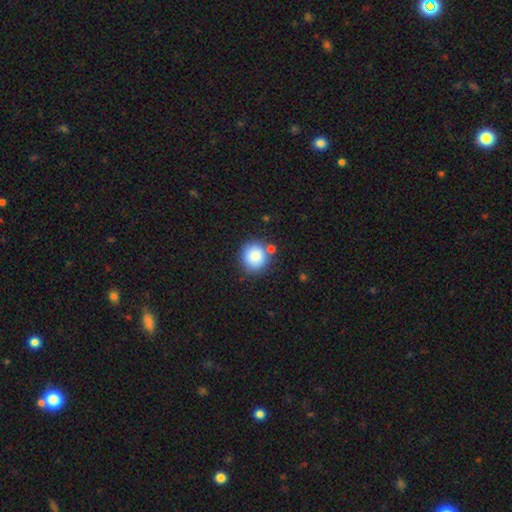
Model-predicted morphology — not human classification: This appears to be a smooth galaxy with no disk features (85%) that is round (90%). Merging: none (77%).